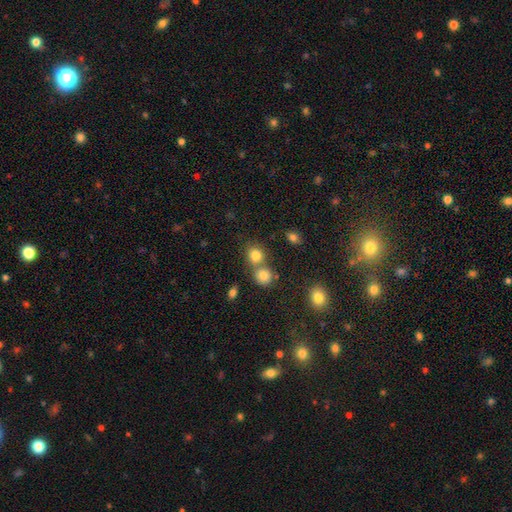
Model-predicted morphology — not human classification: Smooth or featured?
  - smooth: 80% *
  - star or artifact: 12%
  - featured or disk: 8%
How rounded?
  - round: 76% *
  - in between: 23%
  - cigar-shaped: 1%
Merging?
  - none: 53% *
  - merger: 35%
  - minor disturbance: 8%
  - major disturbance: 3%